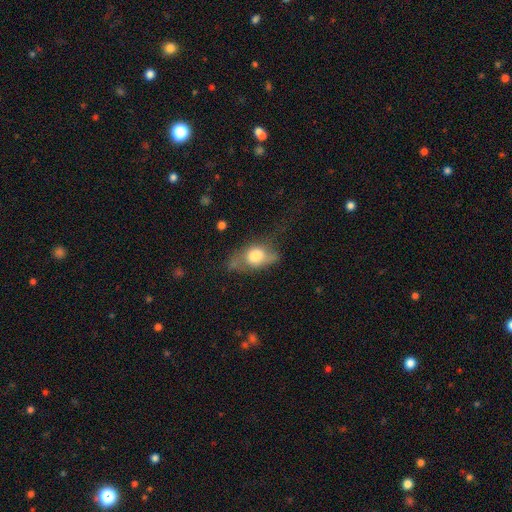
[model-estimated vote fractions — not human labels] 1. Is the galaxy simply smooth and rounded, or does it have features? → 64% smooth, 27% featured or disk, 8% star or artifact.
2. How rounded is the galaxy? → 75% in between, 21% round, 5% cigar-shaped.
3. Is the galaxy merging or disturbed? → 34% none, 31% minor disturbance, 30% major disturbance, 5% merger.